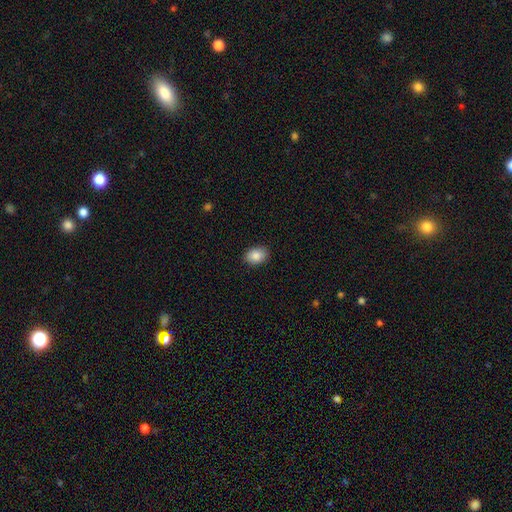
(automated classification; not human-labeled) A smooth galaxy with no disk features (88%) that is in between round and cigar-shaped (78%).

Vote fractions:
- Smooth or featured? smooth: 88% / star or artifact: 7% / featured or disk: 5%
- How rounded? in between: 78% / round: 21% / cigar-shaped: 1%
- Merging? none: 89% / minor disturbance: 8% / major disturbance: 2% / merger: 1%